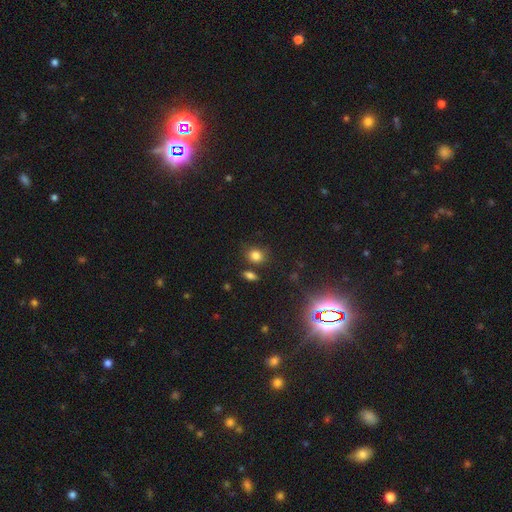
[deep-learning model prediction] Overall: smooth (80%). How rounded: round (66%; in between 33%). Merging: none (76%).